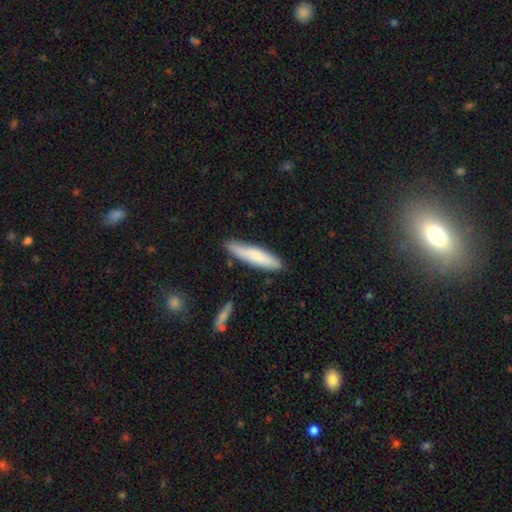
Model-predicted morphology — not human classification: Smooth or featured? smooth (75%)
How rounded? cigar-shaped (83%)
Merging? none (79%)